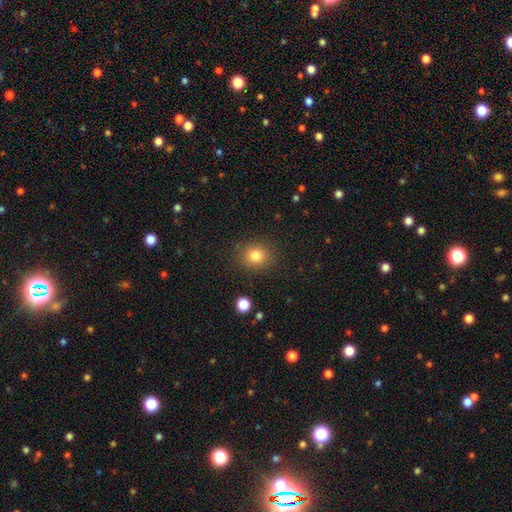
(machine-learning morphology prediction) Smooth or featured?
  - smooth: 82% *
  - star or artifact: 11%
  - featured or disk: 7%
How rounded?
  - round: 79% *
  - in between: 20%
  - cigar-shaped: 1%
Merging?
  - none: 87% *
  - minor disturbance: 8%
  - major disturbance: 3%
  - merger: 2%